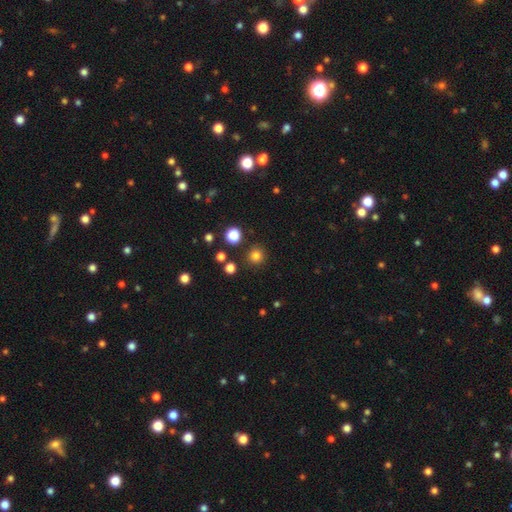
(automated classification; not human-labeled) A smooth galaxy with no disk features (80%) that is round (94%).

Vote fractions:
- Smooth or featured? smooth: 80% / star or artifact: 15% / featured or disk: 5%
- How rounded? round: 94% / in between: 5% / cigar-shaped: 1%
- Merging? none: 89% / minor disturbance: 6% / merger: 3% / major disturbance: 2%